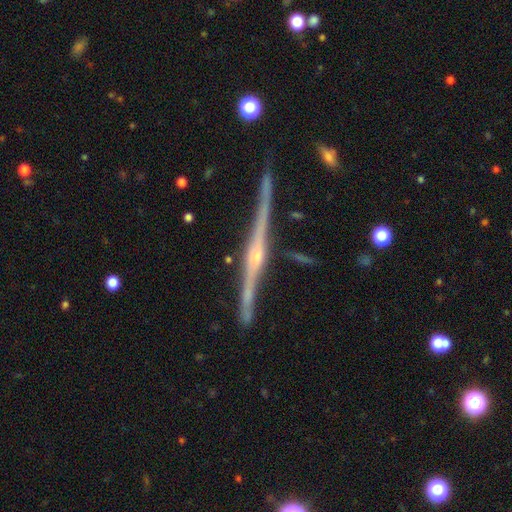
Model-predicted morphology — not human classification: This appears to be a featured or disk galaxy (89%) viewed edge-on (98%) with a rounded central bulge (79%). Merging: none (87%).